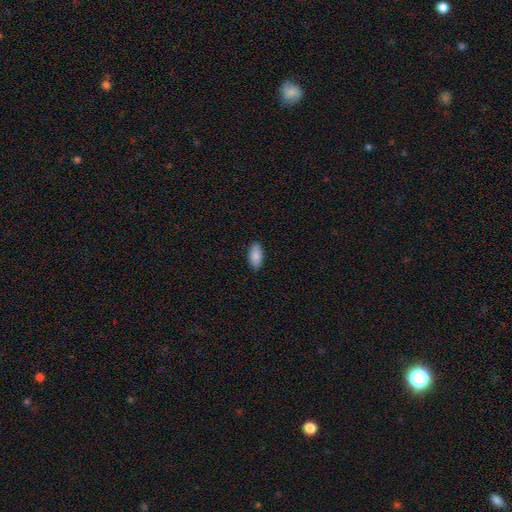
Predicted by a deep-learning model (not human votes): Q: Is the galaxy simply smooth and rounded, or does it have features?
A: smooth — 88%.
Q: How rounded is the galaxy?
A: in between — 93%.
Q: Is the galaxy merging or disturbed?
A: none — 87%.